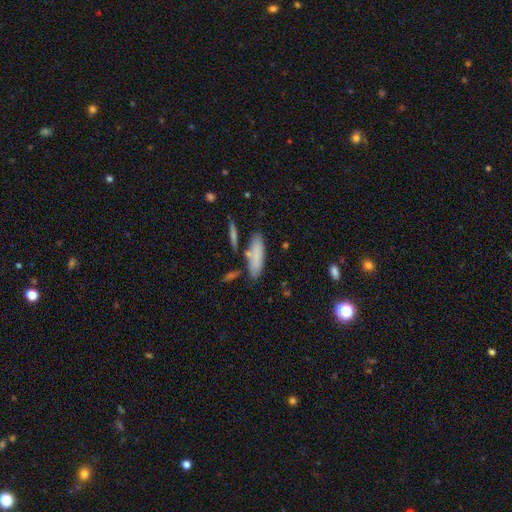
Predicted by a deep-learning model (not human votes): This is likely a smooth galaxy (80%). How rounded: possibly cigar-shaped (51%). Merging: likely none (71%).